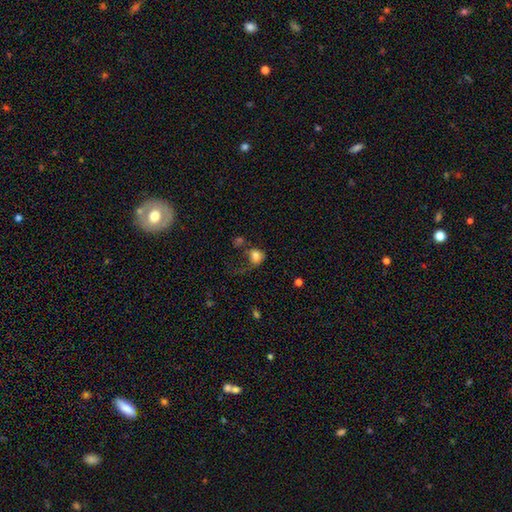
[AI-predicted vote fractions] Overall: smooth (79%). How rounded: round (64%; in between 35%). Merging: none (36%; major disturbance 31%).